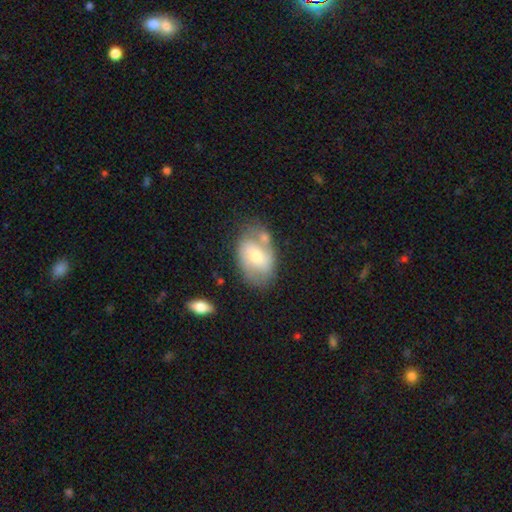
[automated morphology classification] Smooth or featured: featured or disk — 53% (smooth — 40%)
Edge-on disk: no — 95% (yes — 5%)
Bar: weak — 45% (no — 40%)
Spiral arms: yes — 71% (no — 29%)
Bulge size: moderate — 56% (small — 35%)
Merging: none — 58% (minor disturbance — 21%)